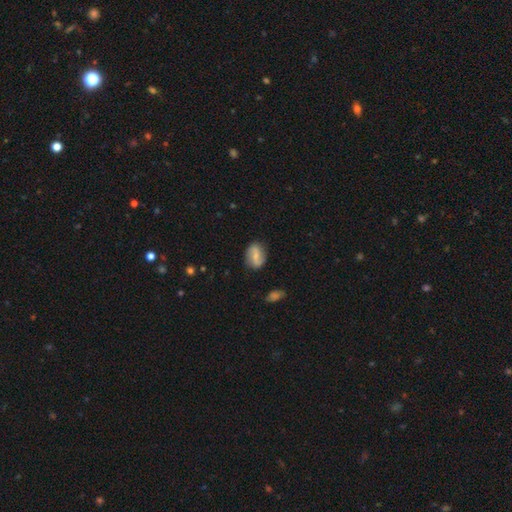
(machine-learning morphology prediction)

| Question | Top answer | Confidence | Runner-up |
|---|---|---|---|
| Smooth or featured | featured or disk | 56% | smooth (37%) |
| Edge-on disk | no | 96% | yes (4%) |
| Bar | weak | 42% | strong (34%) |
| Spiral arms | yes | 84% | no (16%) |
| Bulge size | small | 53% | moderate (30%) |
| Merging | none | 82% | minor disturbance (13%) |